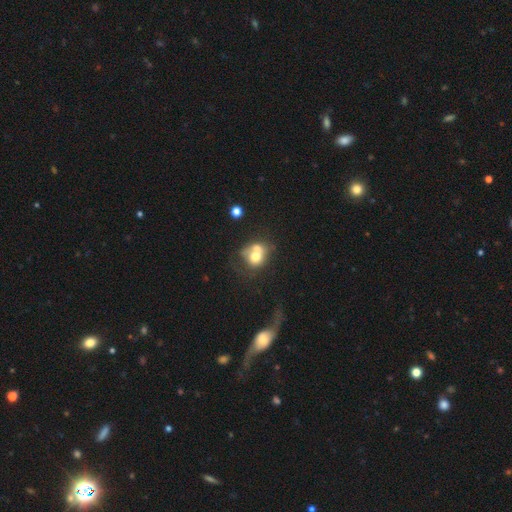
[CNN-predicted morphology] type=smooth (63%); roundness=round (69%); merging=merger (53%).